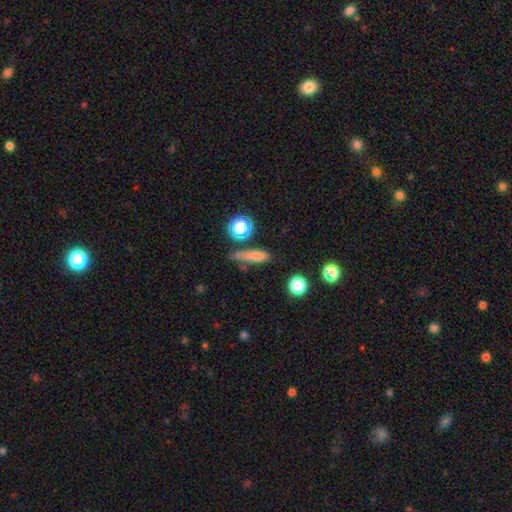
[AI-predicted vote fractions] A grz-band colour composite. It shows a smooth galaxy with no disk features (71%) that is cigar-shaped (62%). Merging: none (64%).